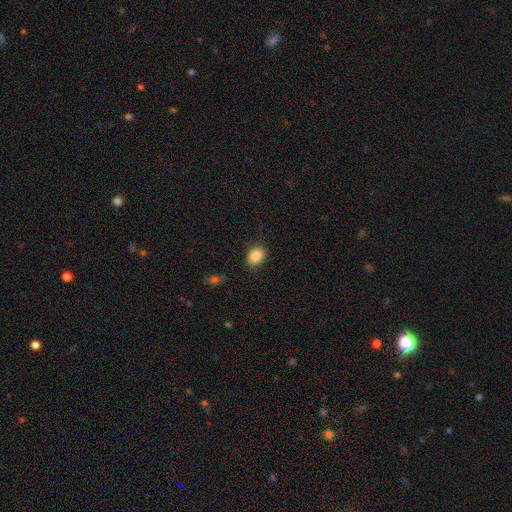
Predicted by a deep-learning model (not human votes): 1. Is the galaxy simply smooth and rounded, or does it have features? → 85% smooth, 9% star or artifact, 6% featured or disk.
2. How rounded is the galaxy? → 53% in between, 46% round, 1% cigar-shaped.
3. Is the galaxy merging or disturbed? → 85% none, 12% minor disturbance, 3% major disturbance, 1% merger.